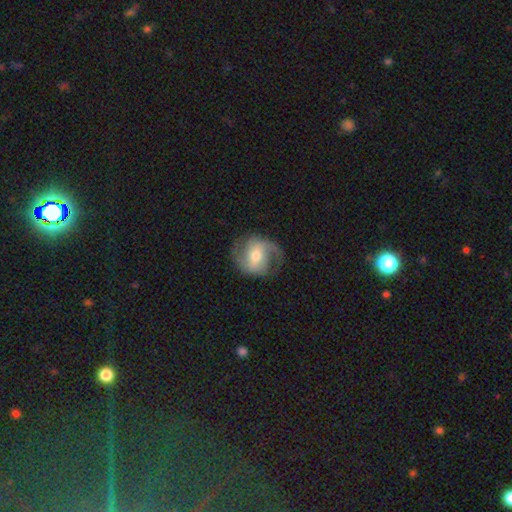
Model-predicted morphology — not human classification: Smooth or featured? featured or disk (79%)
Edge-on disk? no (97%)
Bar? weak (45%)
Spiral arms? yes (93%)
Spiral winding? medium (48%)
Spiral arm count? 2 (83%)
Bulge size? moderate (64%)
Merging? none (73%)